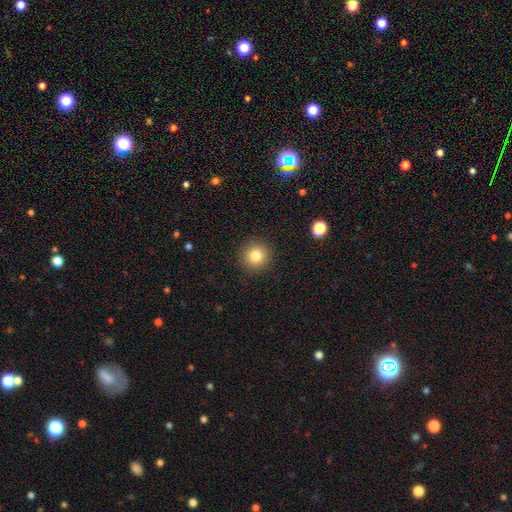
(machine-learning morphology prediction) type=smooth (81%); roundness=round (94%); merging=none (91%).